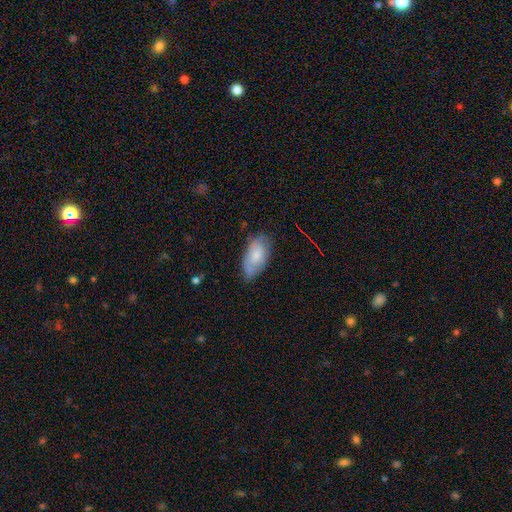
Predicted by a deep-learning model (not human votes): This is likely a smooth galaxy (68%). How rounded: clearly in between (93%). Merging: likely none (65%).